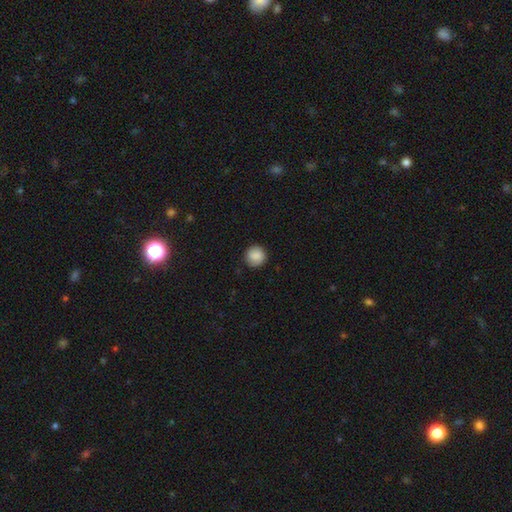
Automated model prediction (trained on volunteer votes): A smooth galaxy with no disk features (88%) that is round (93%).

Vote fractions:
- Smooth or featured? smooth: 88% / star or artifact: 8% / featured or disk: 4%
- How rounded? round: 93% / in between: 6% / cigar-shaped: 1%
- Merging? none: 87% / minor disturbance: 10% / major disturbance: 2% / merger: 1%